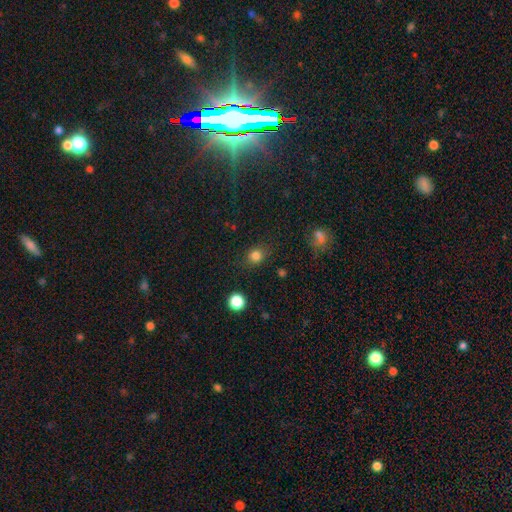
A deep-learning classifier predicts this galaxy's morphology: Overall: smooth (80%). How rounded: round (75%). Merging: none (83%).